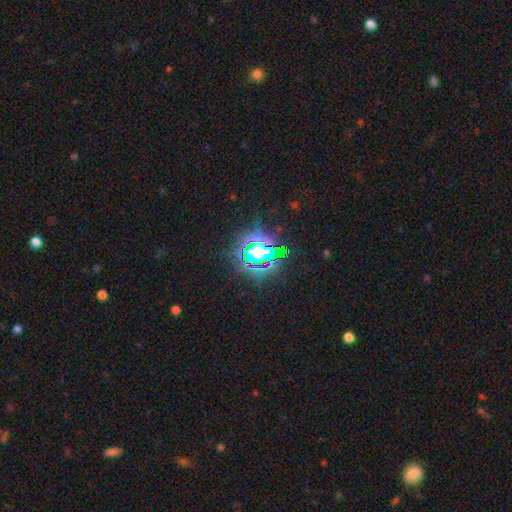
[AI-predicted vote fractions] A star or artifact, not a galaxy (73%).